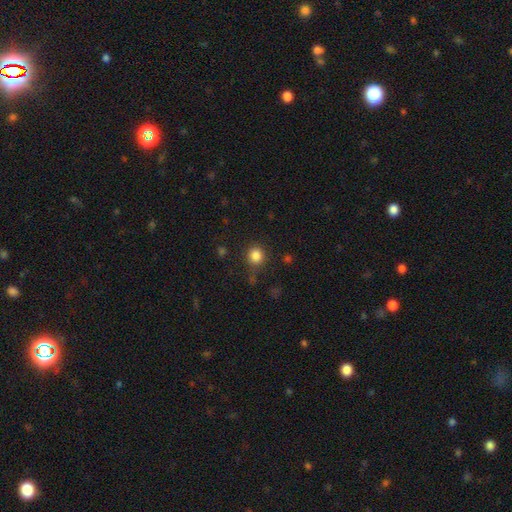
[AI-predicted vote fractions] Smooth or featured?
  - smooth: 85% *
  - star or artifact: 11%
  - featured or disk: 4%
How rounded?
  - round: 92% *
  - in between: 7%
  - cigar-shaped: 1%
Merging?
  - none: 81% *
  - minor disturbance: 11%
  - major disturbance: 5%
  - merger: 3%